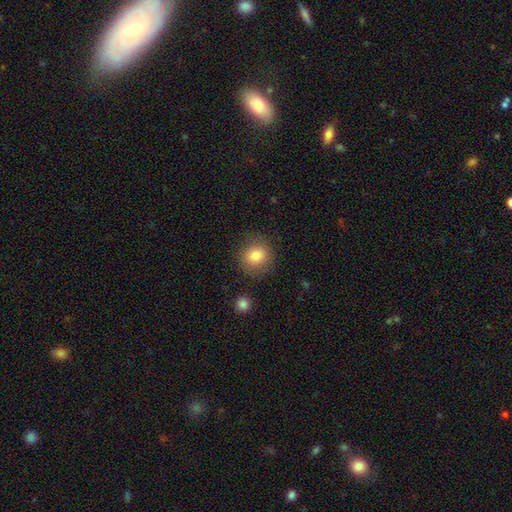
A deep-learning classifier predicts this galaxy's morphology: Smooth or featured? Predicted: smooth (p=0.82). How rounded? Predicted: round (p=0.87). Merging? Predicted: none (p=0.82).